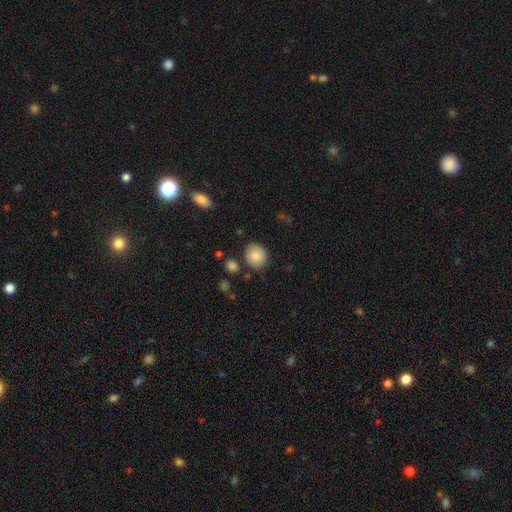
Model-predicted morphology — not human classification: Overall: smooth (87%). How rounded: round (74%). Merging: none (81%).